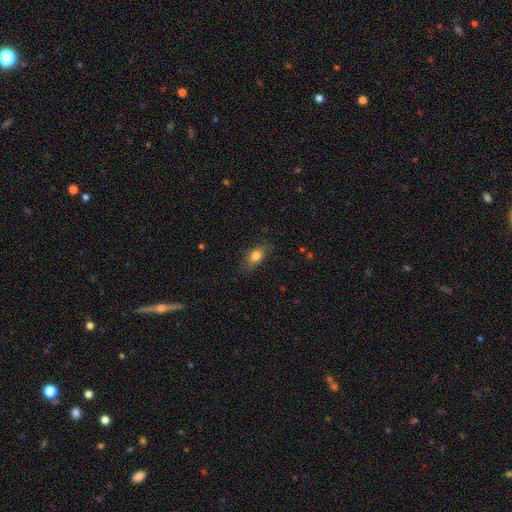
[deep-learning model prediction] This appears to be a smooth galaxy with no disk features (78%) that is in between round and cigar-shaped (81%). Merging: none (79%).